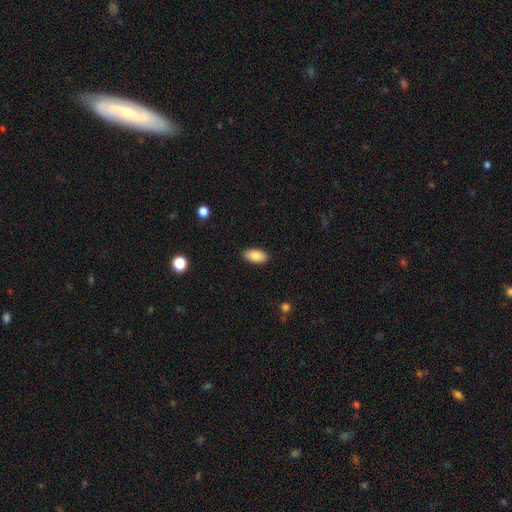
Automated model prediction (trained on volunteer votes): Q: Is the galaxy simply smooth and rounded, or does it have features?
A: smooth — 87%.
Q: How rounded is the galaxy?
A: in between — 93%.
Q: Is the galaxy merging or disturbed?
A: none — 87%.